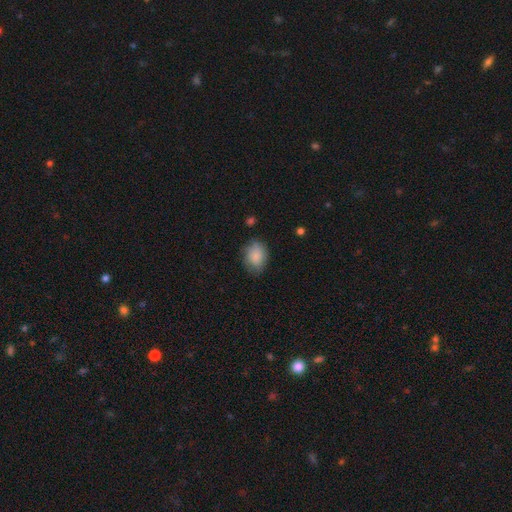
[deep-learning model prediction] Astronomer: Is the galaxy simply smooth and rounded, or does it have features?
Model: smooth — 85%.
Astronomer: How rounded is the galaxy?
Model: in between — 70%.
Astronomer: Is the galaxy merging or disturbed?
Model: none — 71%.